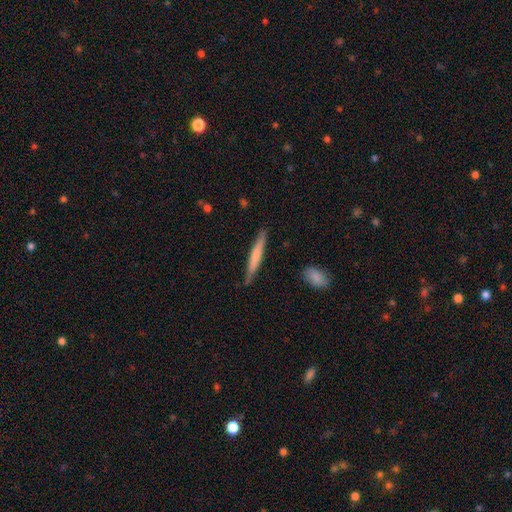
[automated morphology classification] Smooth or featured? smooth (61%)
How rounded? cigar-shaped (95%)
Merging? none (85%)